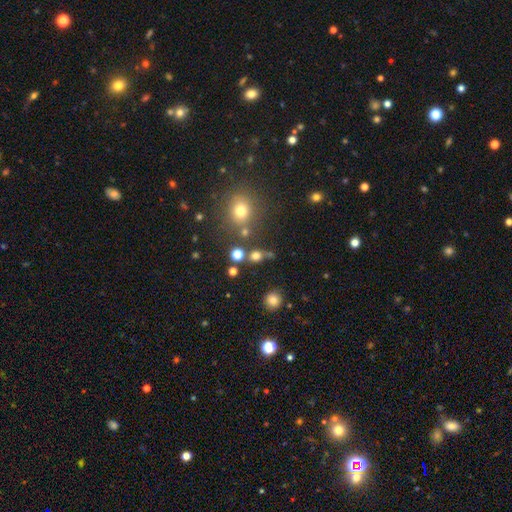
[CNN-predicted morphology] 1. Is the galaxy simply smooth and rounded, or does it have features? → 70% smooth, 20% star or artifact, 9% featured or disk.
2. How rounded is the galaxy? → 78% round, 20% in between, 2% cigar-shaped.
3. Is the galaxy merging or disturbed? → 65% none, 17% merger, 12% minor disturbance, 6% major disturbance.